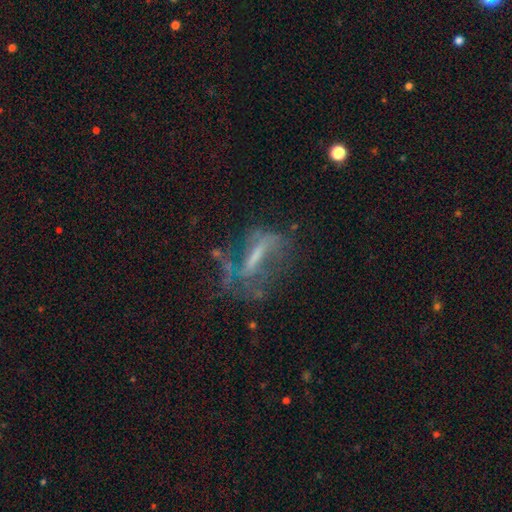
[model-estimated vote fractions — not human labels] smooth-or-featured: featured or disk: 61% | smooth: 24% | star or artifact: 15%
  disk-edge-on: no: 77% | yes: 23%
  merging: none: 40% | major disturbance: 33% | minor disturbance: 21% | merger: 6%